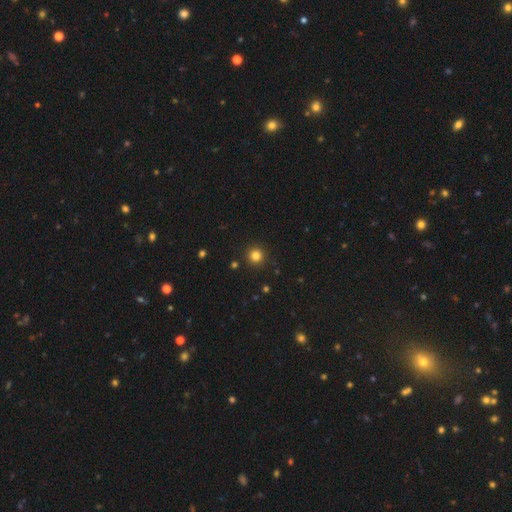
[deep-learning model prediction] This is clearly a smooth galaxy (82%). How rounded: clearly round (95%). Merging: clearly none (92%).